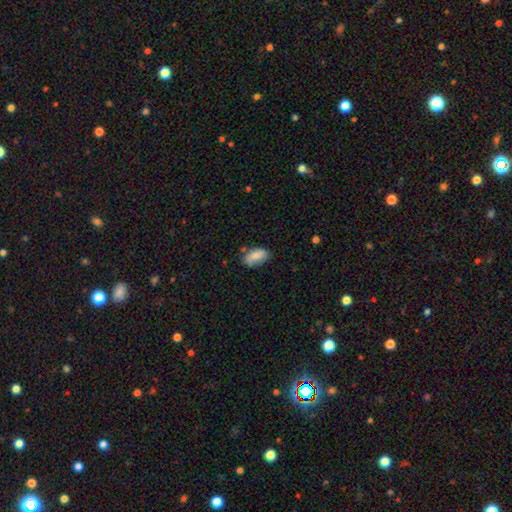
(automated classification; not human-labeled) This appears to be a smooth galaxy with no disk features (81%) that is in between round and cigar-shaped (93%). Merging: none (63%).